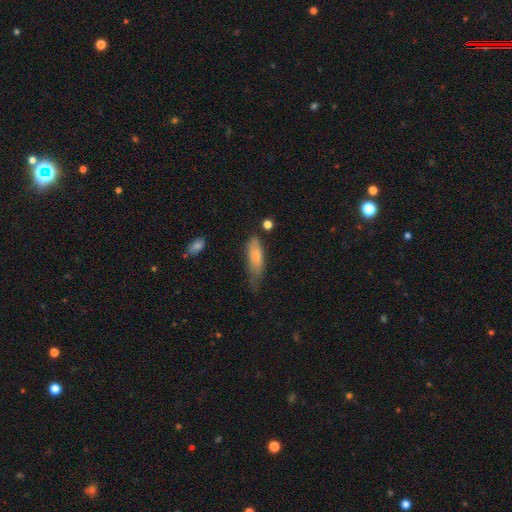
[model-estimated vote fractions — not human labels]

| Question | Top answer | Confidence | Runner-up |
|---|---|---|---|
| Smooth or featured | smooth | 77% | featured or disk (16%) |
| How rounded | in between | 49% | tied: cigar-shaped (49%) |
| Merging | minor disturbance | 42% | none (36%) |